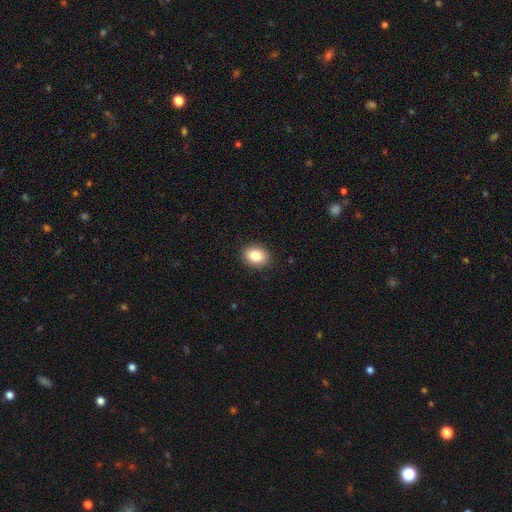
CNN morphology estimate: Overall: smooth (84%). How rounded: in between (57%; round 41%). Merging: none (89%).